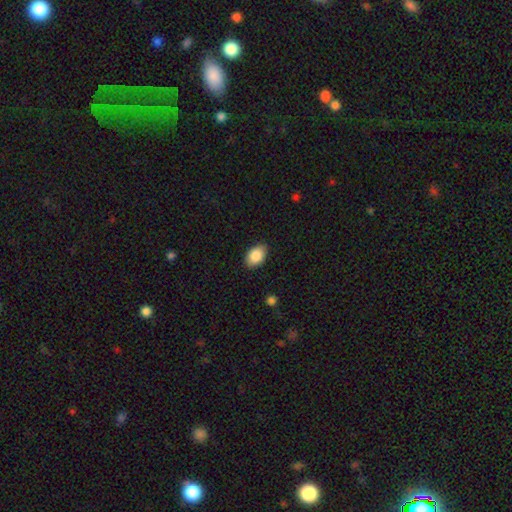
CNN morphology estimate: A smooth galaxy with no disk features (87%) that is in between round and cigar-shaped (88%). Merging: none (87%).